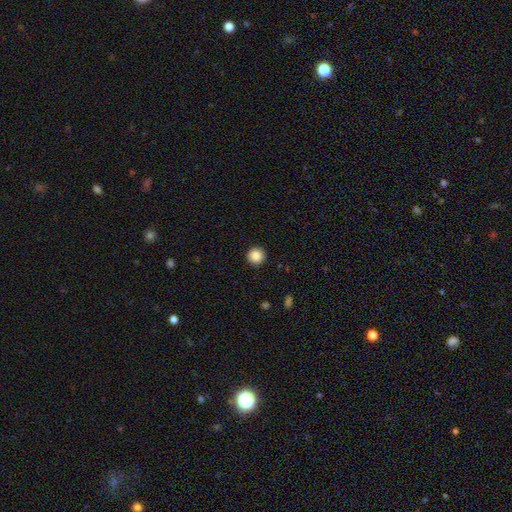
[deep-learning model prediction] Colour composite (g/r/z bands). It shows a smooth galaxy with no disk features (87%) that is round (96%). Merging: none (92%).